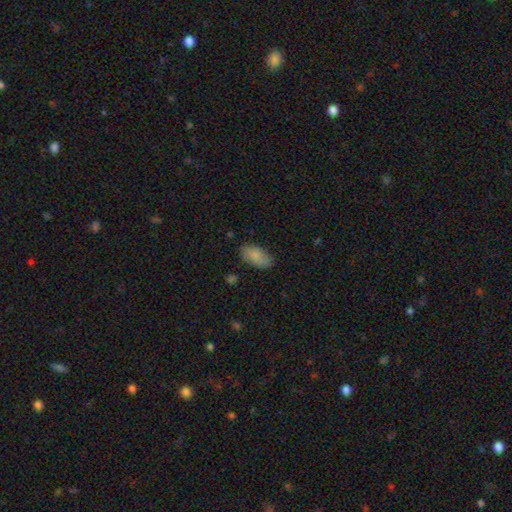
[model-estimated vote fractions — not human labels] Smooth or featured?
  - smooth: 85% *
  - featured or disk: 8%
  - star or artifact: 7%
How rounded?
  - in between: 94% *
  - round: 3%
  - cigar-shaped: 3%
Merging?
  - none: 80% *
  - minor disturbance: 15%
  - major disturbance: 3%
  - merger: 1%